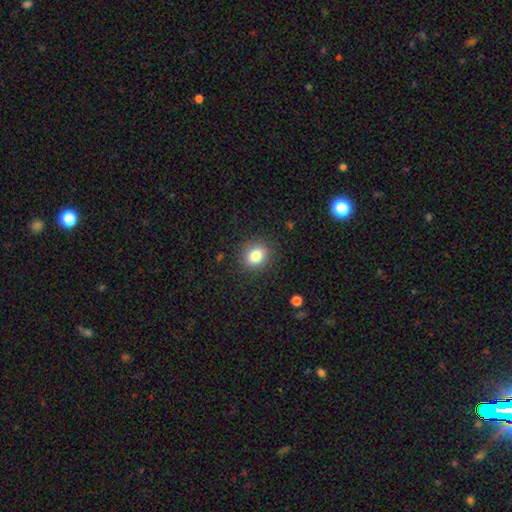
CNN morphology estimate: smooth 83%, star or artifact 10%, featured or disk 7%. Down the decision tree: how rounded — round (60%); merging — none (87%).